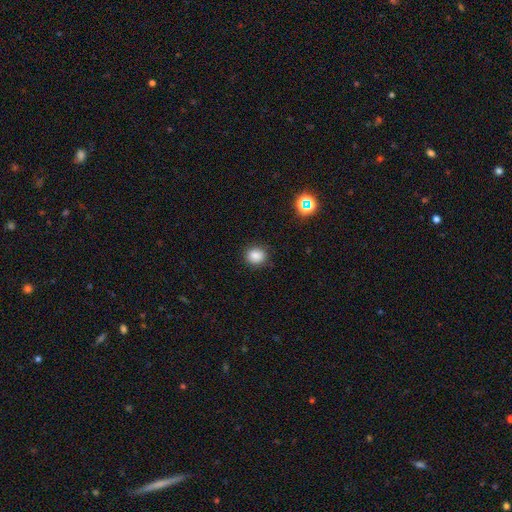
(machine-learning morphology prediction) Smooth or featured: smooth — 84% (star or artifact — 12%)
How rounded: round — 74% (in between — 25%)
Merging: none — 87% (minor disturbance — 10%)